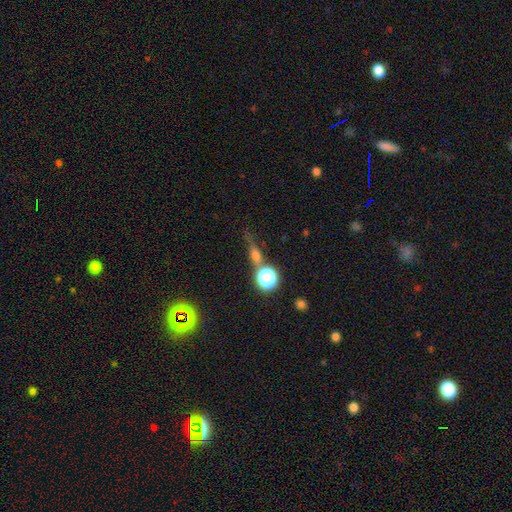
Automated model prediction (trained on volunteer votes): Smooth or featured? smooth (48%)
Merging? none (55%)